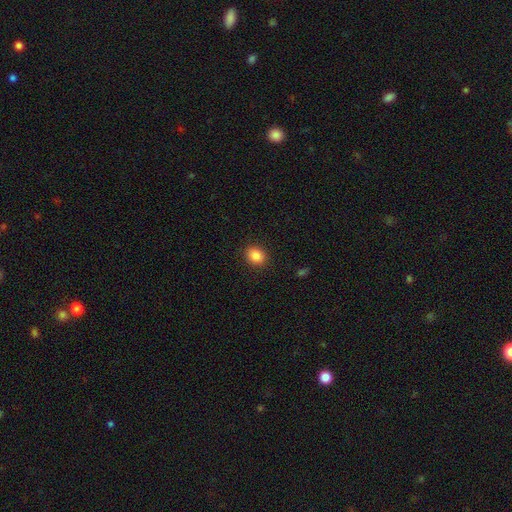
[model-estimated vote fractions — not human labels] A smooth galaxy with no disk features (87%) that is round (53%).

Vote fractions:
- Smooth or featured? smooth: 87% / star or artifact: 9% / featured or disk: 4%
- How rounded? round: 53% / in between: 46% / cigar-shaped: 1%
- Merging? none: 90% / minor disturbance: 7% / major disturbance: 2% / merger: 1%